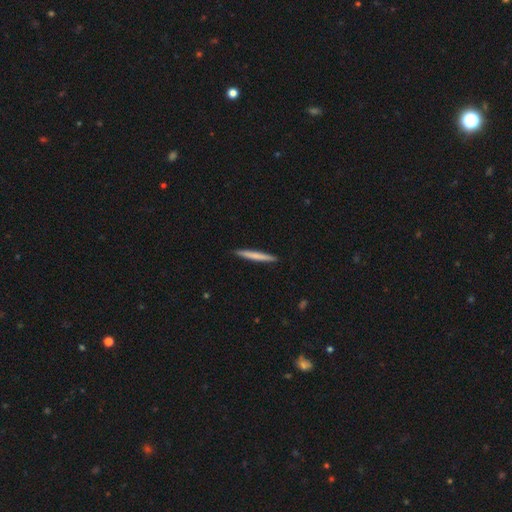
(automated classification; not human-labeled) Smooth or featured? smooth (70%)
How rounded? cigar-shaped (97%)
Merging? none (92%)